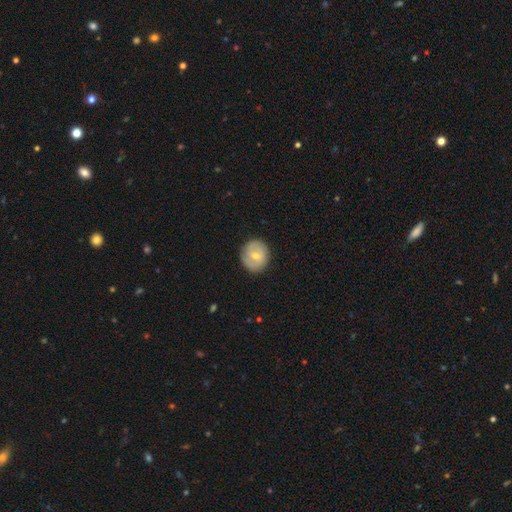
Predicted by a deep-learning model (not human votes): Smooth or featured?
  - smooth: 51% *
  - featured or disk: 42%
  - star or artifact: 6%
How rounded?
  - round: 80% *
  - in between: 19%
  - cigar-shaped: 1%
Merging?
  - none: 83% *
  - minor disturbance: 13%
  - major disturbance: 3%
  - merger: 1%